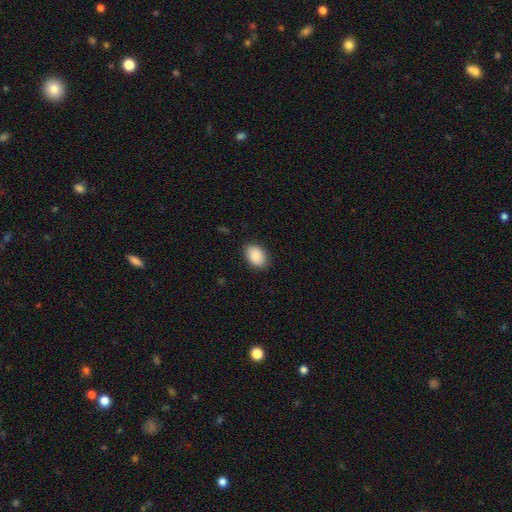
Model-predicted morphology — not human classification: Overall: smooth (90%). How rounded: in between (86%). Merging: none (87%).